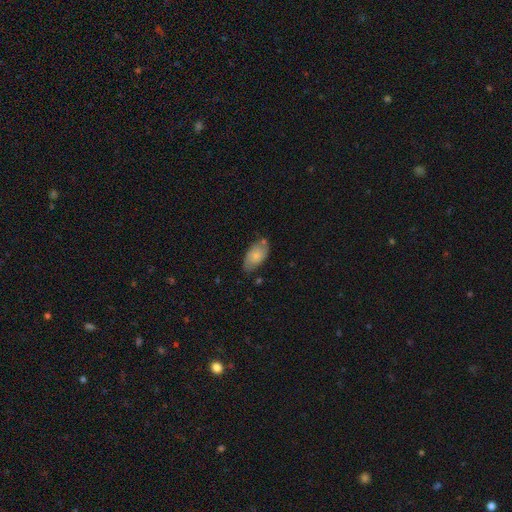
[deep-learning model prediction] smooth-or-featured: smooth: 65% | featured or disk: 28% | star or artifact: 7%
  how-rounded: in between: 92% | round: 4% | cigar-shaped: 4%
  merging: none: 65% | minor disturbance: 24% | merger: 7% | major disturbance: 5%